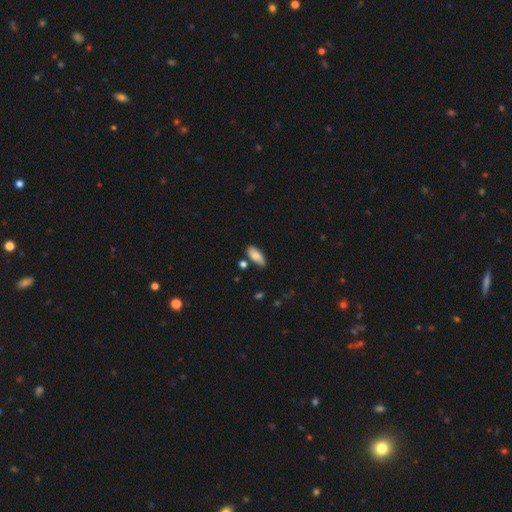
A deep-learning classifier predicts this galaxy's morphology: smooth 76%, featured or disk 17%, star or artifact 7%. Down the decision tree: how rounded — in between (84%); merging — none (68%).